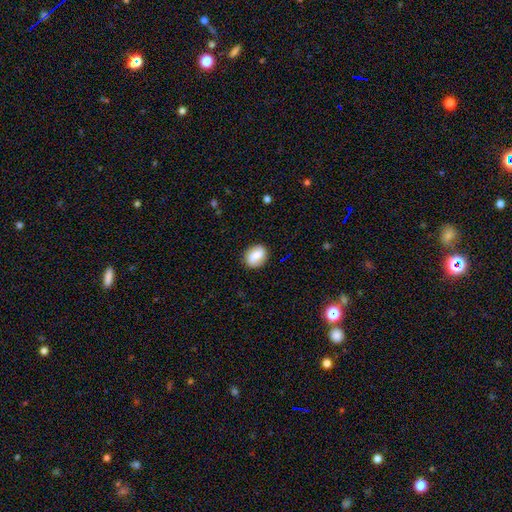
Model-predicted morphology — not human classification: type=smooth (76%); roundness=in between (66%); merging=none (81%).